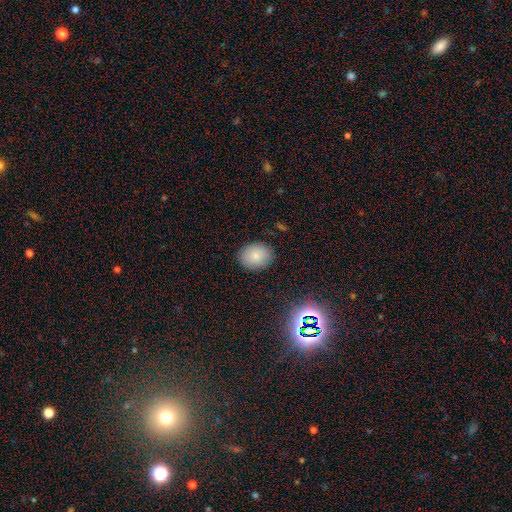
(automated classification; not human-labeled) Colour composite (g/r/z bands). It shows a smooth galaxy with no disk features (83%) that is in between round and cigar-shaped (55%). Merging: none (87%).